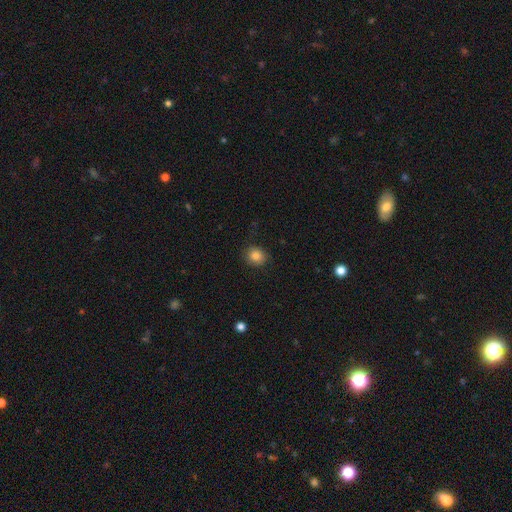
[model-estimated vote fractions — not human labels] smooth-or-featured: smooth: 84% | star or artifact: 10% | featured or disk: 6%
  how-rounded: round: 74% | in between: 25% | cigar-shaped: 1%
  merging: none: 85% | minor disturbance: 11% | major disturbance: 3% | merger: 1%